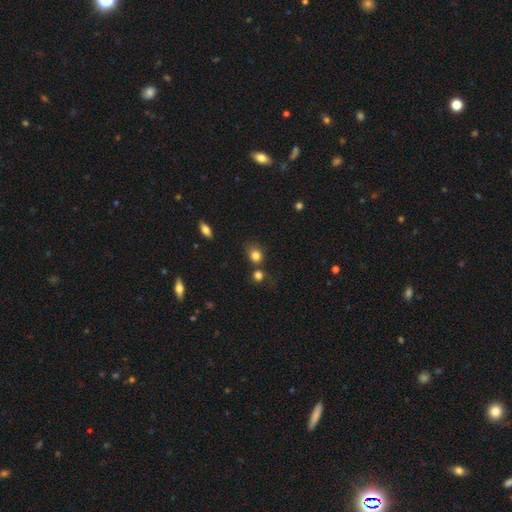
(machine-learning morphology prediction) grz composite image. It shows a smooth galaxy with no disk features (81%) that is round (71%). Merging: none (58%).